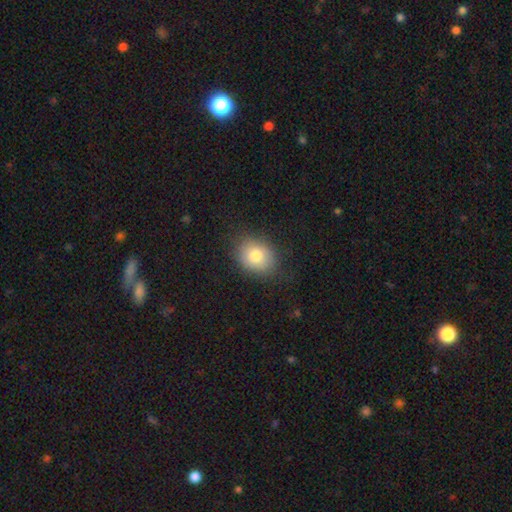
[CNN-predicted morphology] Smooth or featured?
  - smooth: 78% *
  - featured or disk: 12%
  - star or artifact: 10%
How rounded?
  - in between: 52% *
  - round: 47%
  - cigar-shaped: 1%
Merging?
  - none: 80% *
  - minor disturbance: 14%
  - major disturbance: 4%
  - merger: 1%